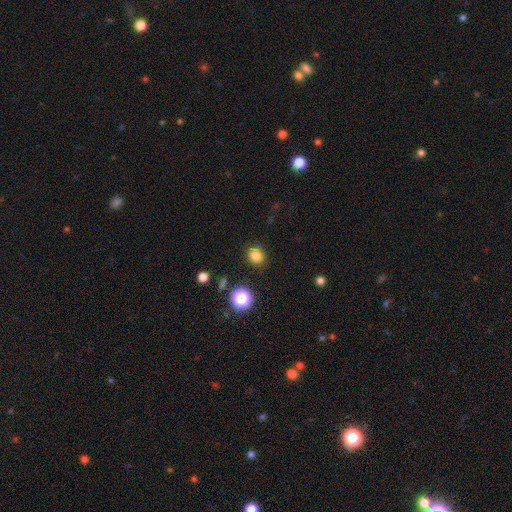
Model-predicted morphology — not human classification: This is clearly a smooth galaxy (81%). How rounded: likely round (72%). Merging: clearly none (87%).